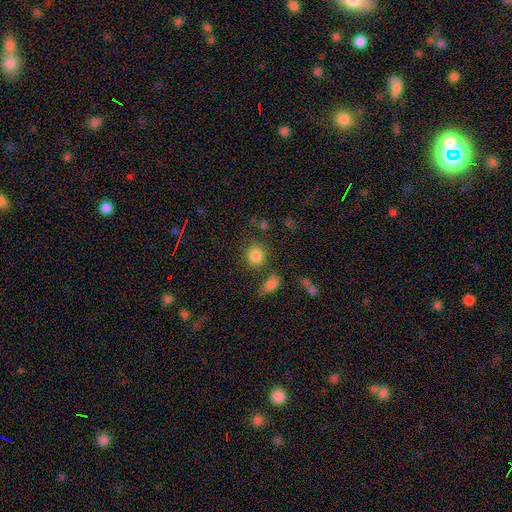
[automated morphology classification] The model was most divided on "merging": none: 72%, minor disturbance: 12%, merger: 11%, major disturbance: 5%. More confident: smooth or featured — smooth (83%); how rounded — round (81%).